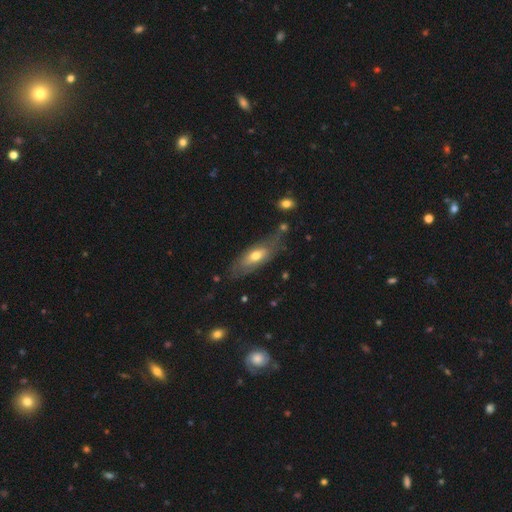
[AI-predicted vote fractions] smooth-or-featured: smooth: 51% | featured or disk: 43% | star or artifact: 6%
  how-rounded: in between: 68% | cigar-shaped: 29% | round: 3%
  merging: none: 62% | minor disturbance: 25% | major disturbance: 10% | merger: 4%